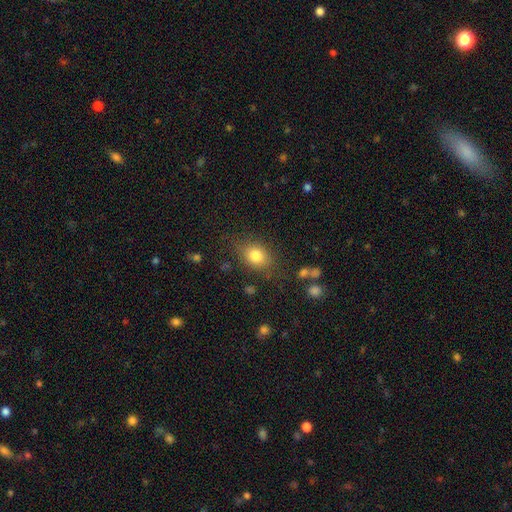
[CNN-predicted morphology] This is likely a smooth galaxy (80%). How rounded: possibly in between (58%). Merging: likely none (75%).